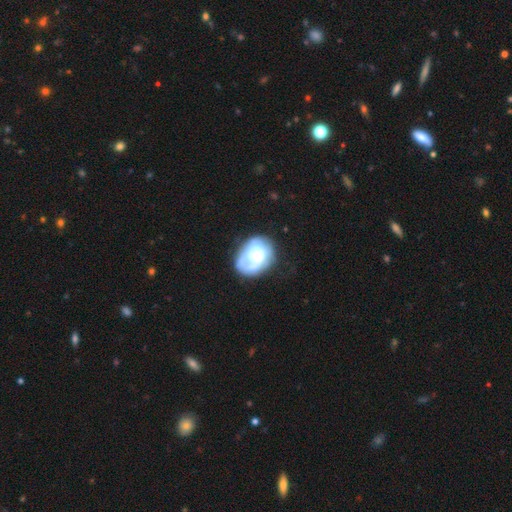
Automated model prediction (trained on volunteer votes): Smooth or featured: featured or disk — 49% (smooth — 43%)
Merging: none — 47% (minor disturbance — 27%)